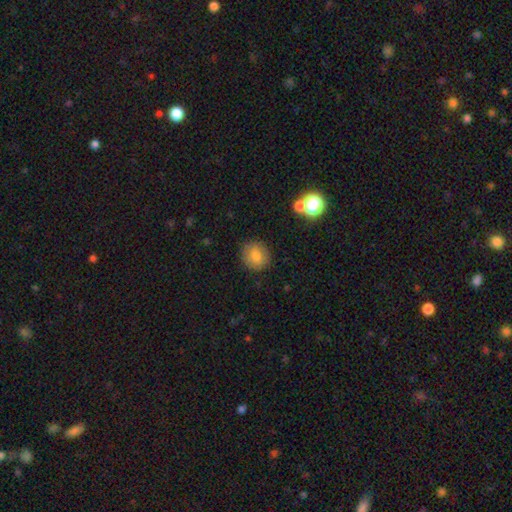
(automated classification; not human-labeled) Q: Smooth or featured?
A: smooth (80%); runner-up: star or artifact (11%)
Q: How rounded?
A: round (83%); runner-up: in between (16%)
Q: Merging?
A: none (86%); runner-up: minor disturbance (9%)